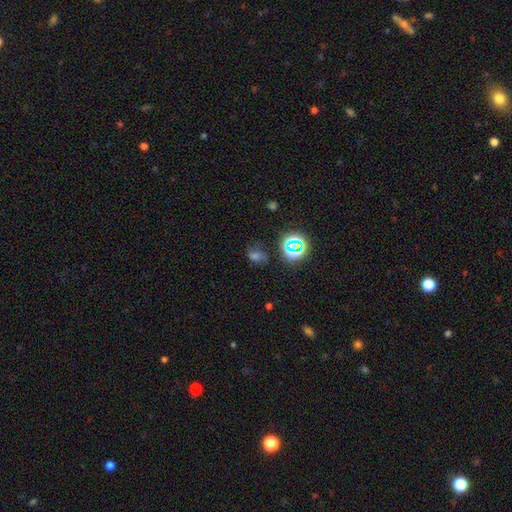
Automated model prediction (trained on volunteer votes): Smooth or featured? smooth (45%)
Merging? none (67%)